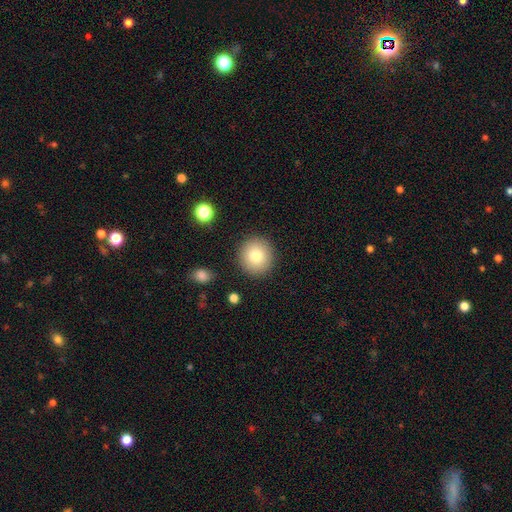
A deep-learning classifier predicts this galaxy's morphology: smooth-or-featured: smooth: 80% | featured or disk: 11% | star or artifact: 10%
  how-rounded: round: 92% | in between: 7% | cigar-shaped: 1%
  merging: none: 90% | minor disturbance: 6% | major disturbance: 2% | merger: 2%